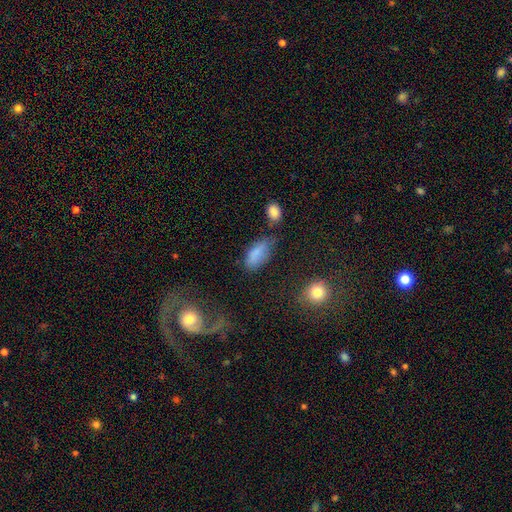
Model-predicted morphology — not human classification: This is clearly a smooth galaxy (81%). How rounded: clearly in between (90%). Merging: possibly none (45%).